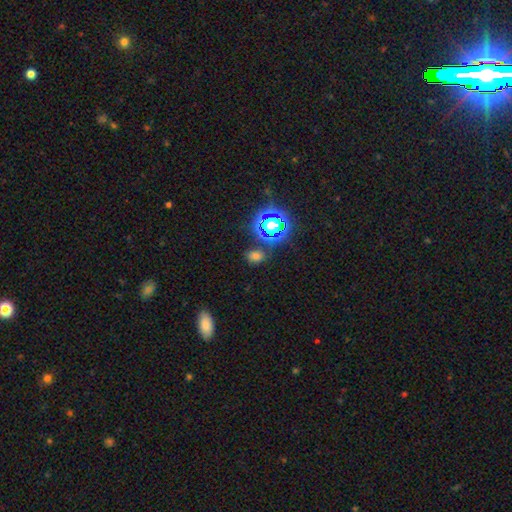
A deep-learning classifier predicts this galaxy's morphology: The model was most divided on "how rounded": in between: 60%, round: 38%, cigar-shaped: 2%. More confident: merging — none (78%); smooth or featured — smooth (60%).